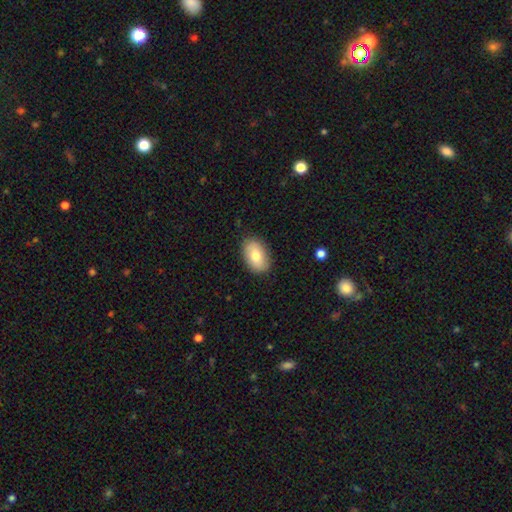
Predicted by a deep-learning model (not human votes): Overall: smooth (76%). How rounded: in between (90%). Merging: none (86%).